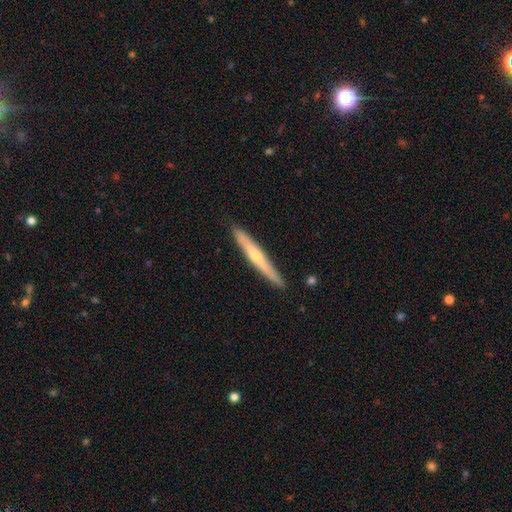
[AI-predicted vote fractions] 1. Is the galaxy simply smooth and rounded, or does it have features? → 59% featured or disk, 36% smooth, 5% star or artifact.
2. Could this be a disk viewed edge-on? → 96% yes, 4% no.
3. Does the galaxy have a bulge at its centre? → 71% rounded, 25% none, 3% boxy.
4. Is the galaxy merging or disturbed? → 89% none, 8% minor disturbance, 1% major disturbance, 1% merger.